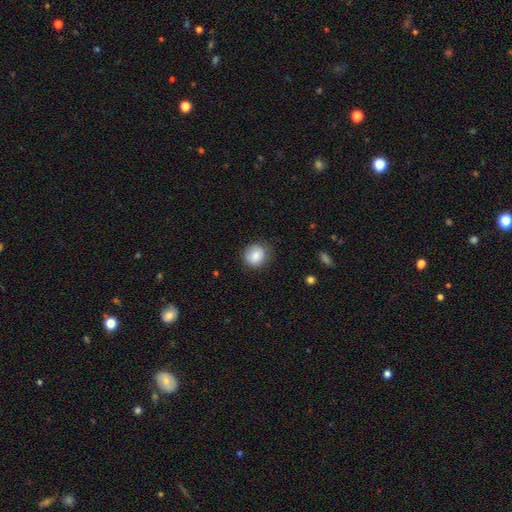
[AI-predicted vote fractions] This is clearly a smooth galaxy (85%). How rounded: clearly round (81%). Merging: likely none (78%).